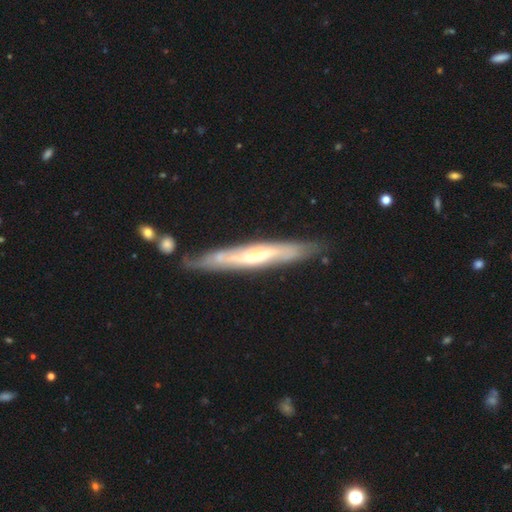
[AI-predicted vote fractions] smooth_or_featured: featured or disk (p=0.67) [alt: smooth p=0.27]
disk_edge_on: yes (p=0.71) [alt: no p=0.29]
merging: none (p=0.77) [alt: minor disturbance p=0.15]